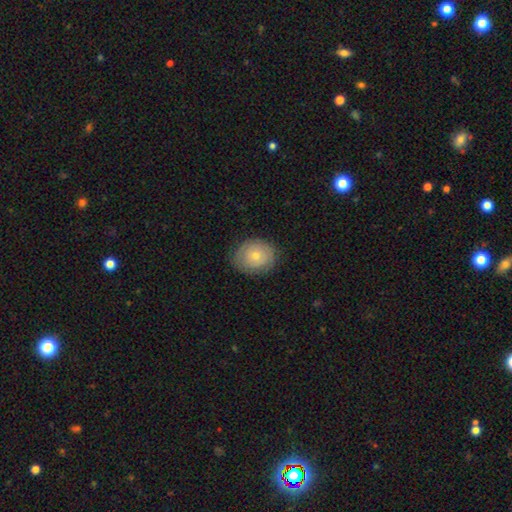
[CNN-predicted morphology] Q: Smooth or featured?
A: smooth (63%); runner-up: featured or disk (28%)
Q: How rounded?
A: round (62%); runner-up: in between (37%)
Q: Merging?
A: none (81%); runner-up: minor disturbance (15%)